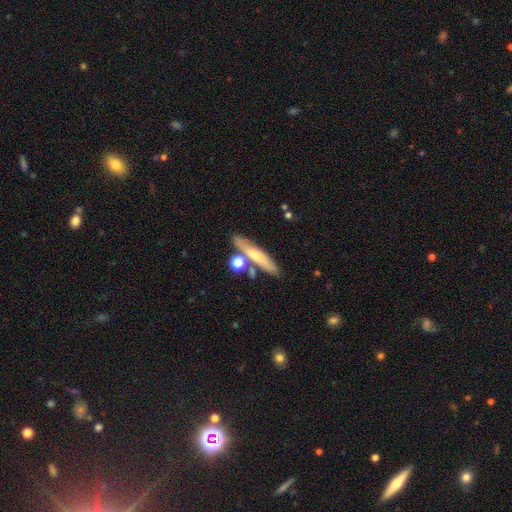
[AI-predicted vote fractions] smooth-or-featured: smooth: 59% | featured or disk: 33% | star or artifact: 8%
  how-rounded: cigar-shaped: 80% | in between: 16% | round: 5%
  merging: none: 68% | merger: 15% | minor disturbance: 13% | major disturbance: 4%